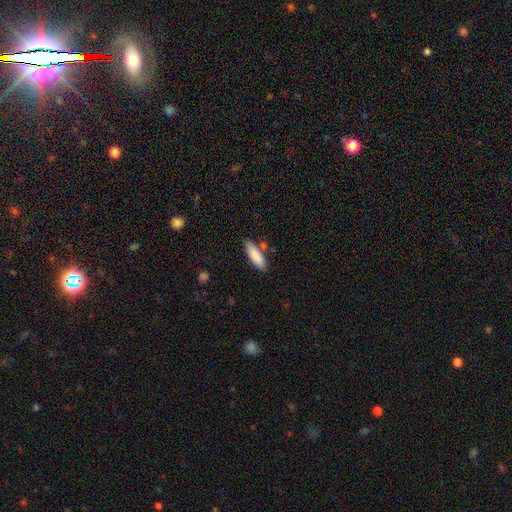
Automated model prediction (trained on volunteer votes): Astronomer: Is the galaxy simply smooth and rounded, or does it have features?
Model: smooth — 87%.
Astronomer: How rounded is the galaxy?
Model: in between — 51% (runner-up: cigar-shaped, 47%).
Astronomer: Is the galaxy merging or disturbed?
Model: none — 79%.